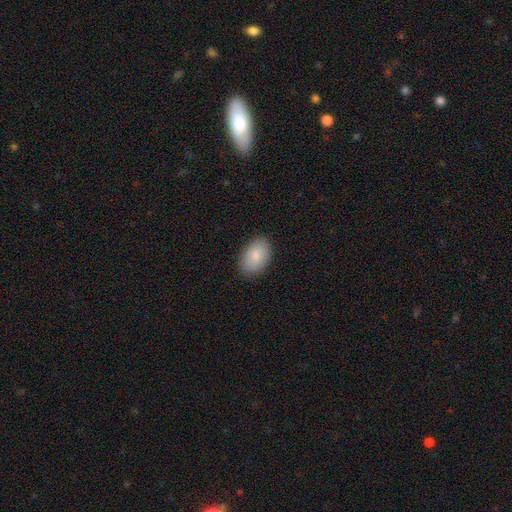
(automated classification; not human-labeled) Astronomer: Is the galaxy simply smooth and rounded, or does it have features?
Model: smooth — 86%.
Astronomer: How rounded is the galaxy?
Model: in between — 91%.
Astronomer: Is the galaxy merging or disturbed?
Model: none — 86%.